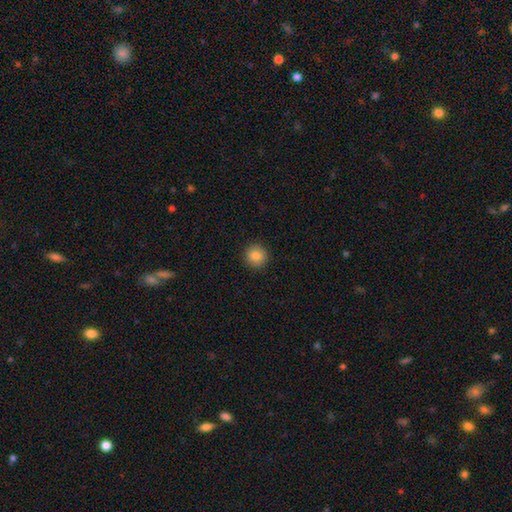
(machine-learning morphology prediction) This is clearly a smooth galaxy (84%). How rounded: clearly round (94%). Merging: clearly none (92%).